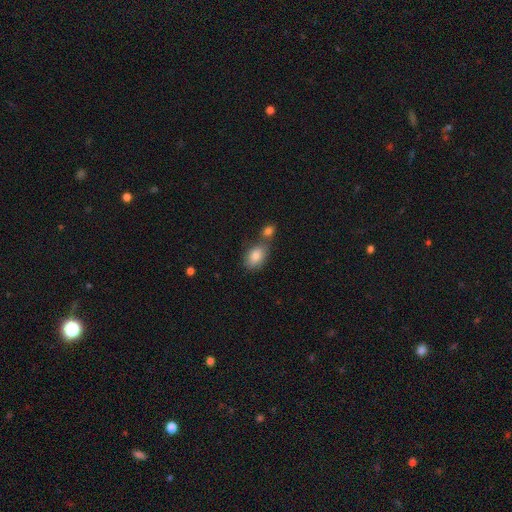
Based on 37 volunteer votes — Smooth or featured?
  - smooth: 86% *
  - featured or disk: 8%
  - star or artifact: 5%
How rounded?
  - in between: 69% *
  - round: 31%
  - cigar-shaped: 0%
Merging?
  - none: 63% *
  - merger: 23%
  - minor disturbance: 11%
  - major disturbance: 3%